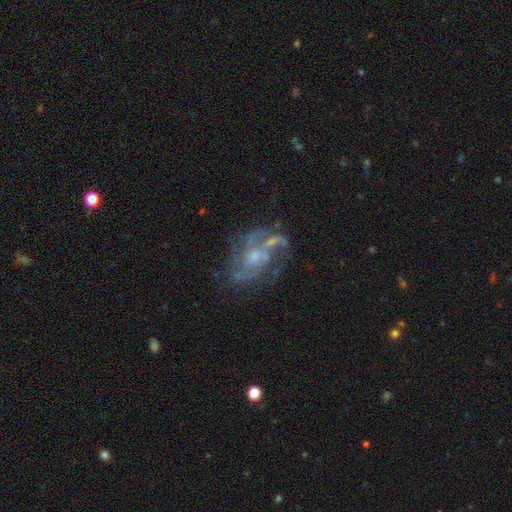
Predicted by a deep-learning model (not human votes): A featured or disk galaxy (81%) with no bar (67%), 3 (26%, tied with can't tell) medium (44%) spiral arms (85%) and a small central bulge (50%).

Vote fractions:
- Smooth or featured? featured or disk: 81% / star or artifact: 10% / smooth: 9%
- Edge-on disk? no: 98% / yes: 2%
- Bar? no: 67% / weak: 28% / strong: 5%
- Spiral arms? yes: 85% / no: 15%
- Spiral winding? medium: 44% / loose: 33% / tight: 23%
- Spiral arm count? 3: 26% (tied) / can't tell: 26% (tied) / 2: 19% / 4: 15% / 1: 7% / more than 4: 7%
- Bulge size? small: 50% / moderate: 34% / none: 11% / large: 3% / dominant: 1%
- Merging? none: 53% / major disturbance: 22% / minor disturbance: 18% / merger: 8%